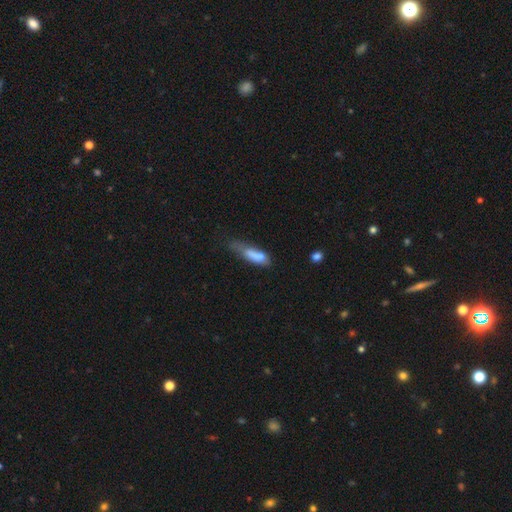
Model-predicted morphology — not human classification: A smooth galaxy with no disk features (73%) that is cigar-shaped (51%). Merging: minor disturbance (34%).